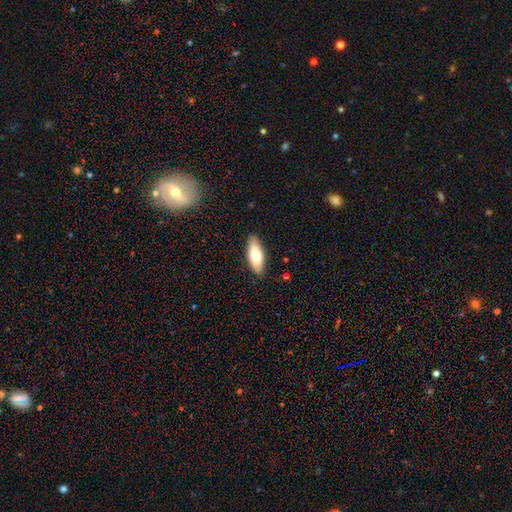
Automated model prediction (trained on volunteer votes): Smooth or featured: smooth — 76% (featured or disk — 18%)
How rounded: in between — 72% (cigar-shaped — 26%)
Merging: none — 87% (minor disturbance — 10%)